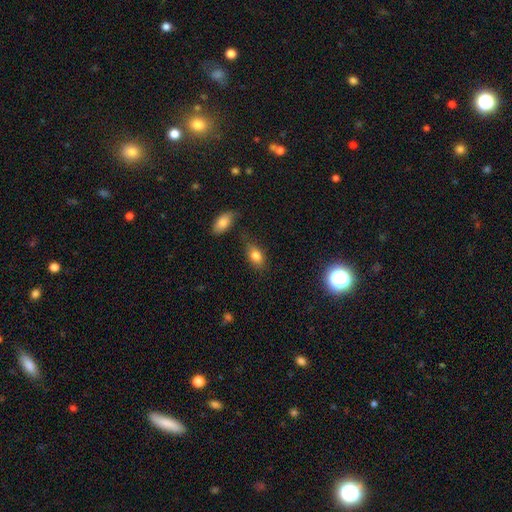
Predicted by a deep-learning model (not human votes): The model was most divided on "merging": none: 71%, minor disturbance: 18%, merger: 5%, major disturbance: 5%. More confident: how rounded — in between (84%); smooth or featured — smooth (81%).